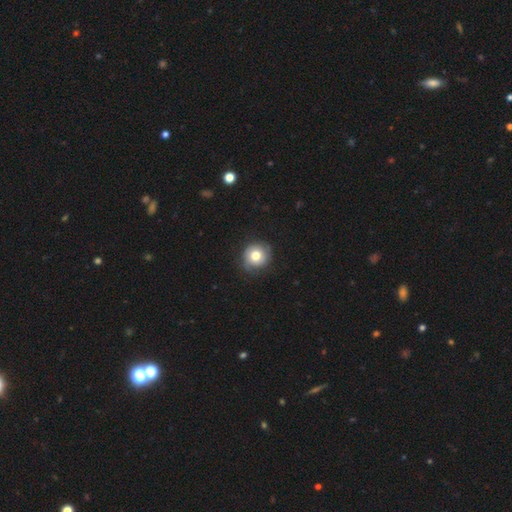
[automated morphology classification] type=smooth (68%); roundness=round (89%); merging=none (75%).